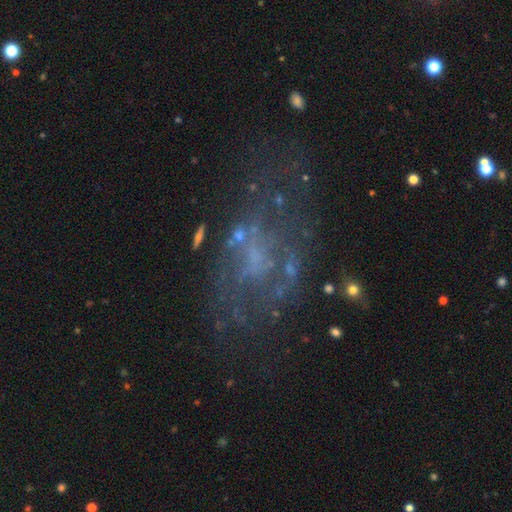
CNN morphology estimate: smooth-or-featured: featured or disk: 66% | star or artifact: 18% | smooth: 16%
  disk-edge-on: no: 96% | yes: 4%
    bar: no: 78% | weak: 18% | strong: 4%
    has-spiral-arms: no: 61% | yes: 39%
    bulge-size: none: 60% | small: 27% | moderate: 10% | large: 2% | dominant: 1%
  merging: none: 54% | major disturbance: 23% | minor disturbance: 18% | merger: 5%